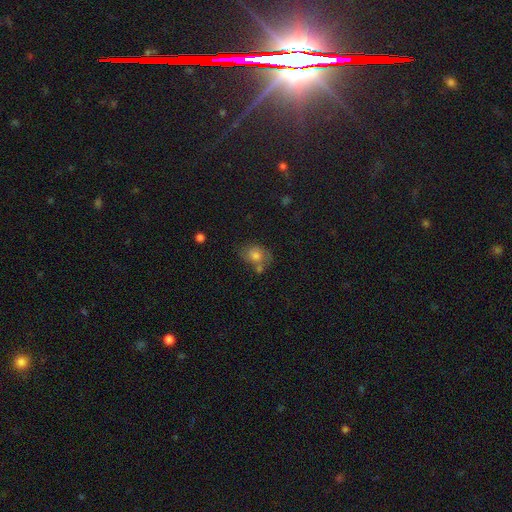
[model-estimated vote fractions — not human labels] Smooth or featured: smooth — 60% (featured or disk — 27%)
How rounded: in between — 56% (round — 42%)
Merging: none — 48% (minor disturbance — 22%)